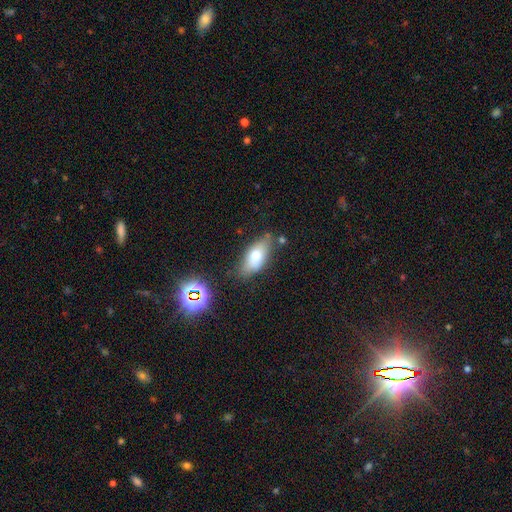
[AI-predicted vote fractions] Morphology: type=smooth (69%); roundness=in between (84%); merging=none (72%).